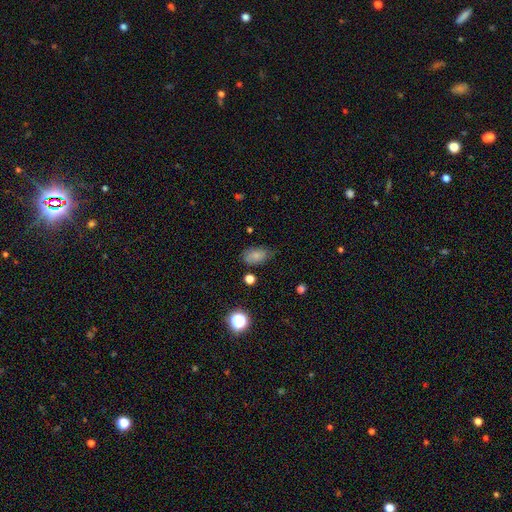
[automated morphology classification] A smooth galaxy with no disk features (77%) that is in between round and cigar-shaped (88%).

Vote fractions:
- Smooth or featured? smooth: 77% / featured or disk: 12% / star or artifact: 11%
- How rounded? in between: 88% / round: 10% / cigar-shaped: 2%
- Merging? none: 66% / minor disturbance: 26% / major disturbance: 6% / merger: 2%